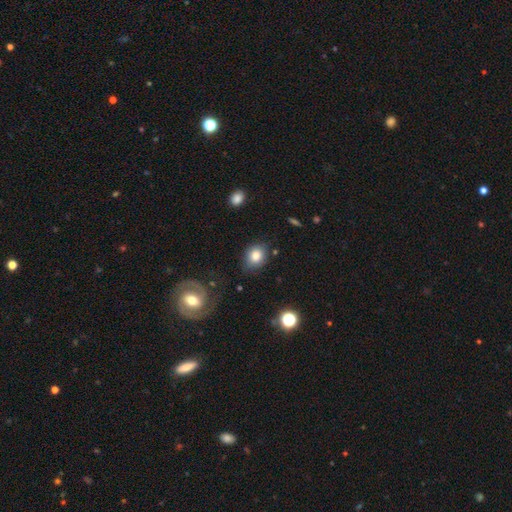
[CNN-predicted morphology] Smooth or featured: smooth — 81% (featured or disk — 10%)
How rounded: round — 50% (in between — 49%)
Merging: none — 75% (minor disturbance — 18%)